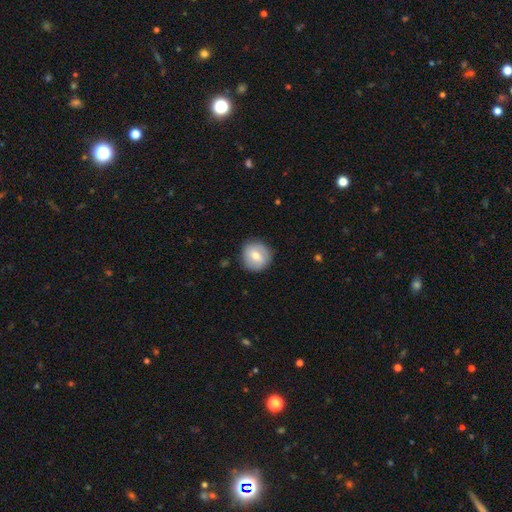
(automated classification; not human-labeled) Smooth or featured?
  - smooth: 65% *
  - featured or disk: 28%
  - star or artifact: 7%
How rounded?
  - round: 91% *
  - in between: 8%
  - cigar-shaped: 1%
Merging?
  - none: 87% *
  - minor disturbance: 10%
  - major disturbance: 2%
  - merger: 1%